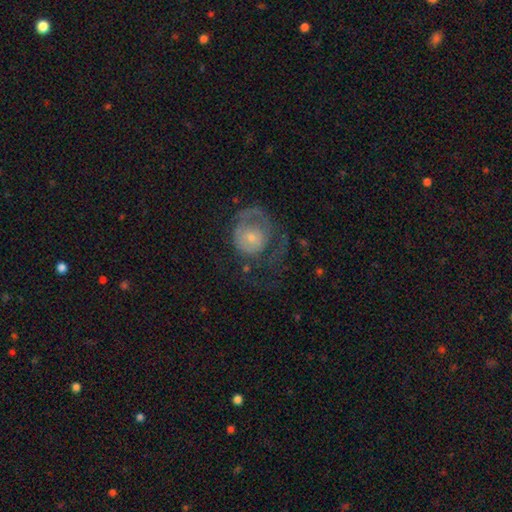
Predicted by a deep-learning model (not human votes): smooth_or_featured: featured or disk (p=0.63) [alt: smooth p=0.24]
disk_edge_on: no (p=0.97) [alt: yes p=0.03]
bar: no (p=0.81) [alt: weak p=0.16]
has_spiral_arms: yes (p=0.69) [alt: no p=0.31]
bulge_size: small (p=0.52) [alt: moderate p=0.36]
merging: none (p=0.51) [alt: major disturbance p=0.30]